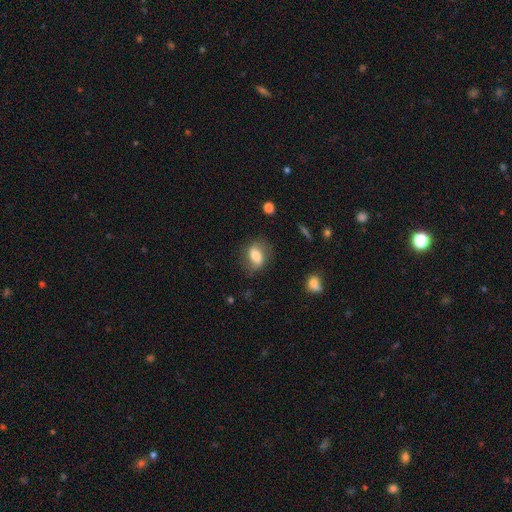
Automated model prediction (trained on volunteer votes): The model was most divided on "smooth or featured": smooth: 65%, featured or disk: 27%, star or artifact: 8%. More confident: how rounded — in between (74%); merging — none (72%).